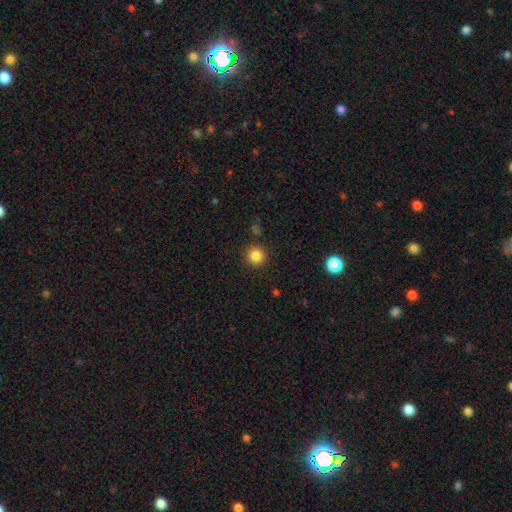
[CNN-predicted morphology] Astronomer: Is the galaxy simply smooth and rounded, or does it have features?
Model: smooth — 84%.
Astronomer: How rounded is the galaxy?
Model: round — 94%.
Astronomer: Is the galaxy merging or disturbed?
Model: none — 89%.